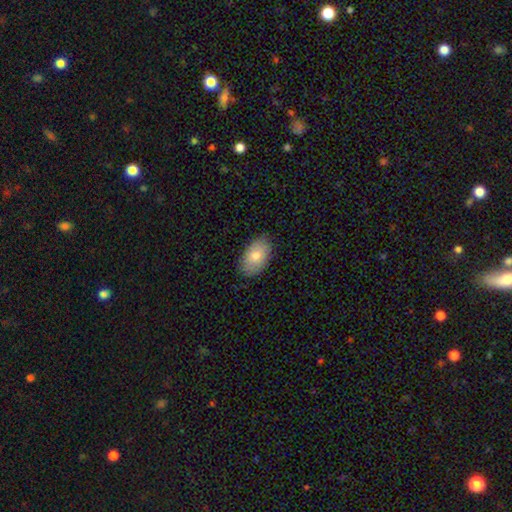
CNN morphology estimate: Overall: smooth (77%). How rounded: in between (93%). Merging: none (84%).